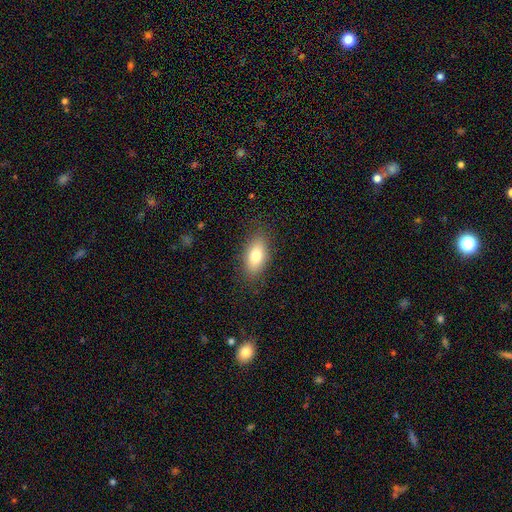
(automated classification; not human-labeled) Overall: smooth (79%). How rounded: in between (89%). Merging: none (85%).